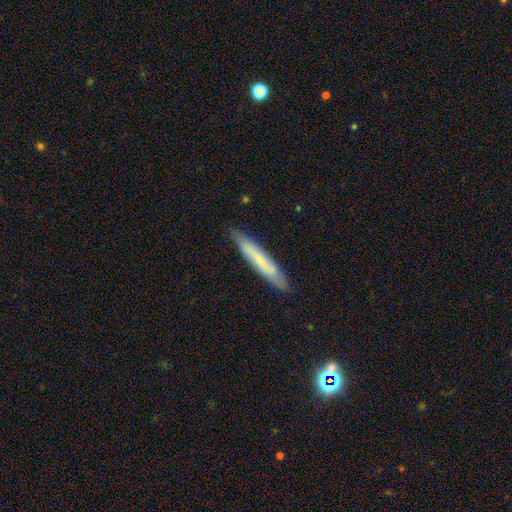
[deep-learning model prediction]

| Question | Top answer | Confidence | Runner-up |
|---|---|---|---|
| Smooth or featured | smooth | 59% | featured or disk (32%) |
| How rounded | cigar-shaped | 94% | in between (4%) |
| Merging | none | 87% | minor disturbance (10%) |